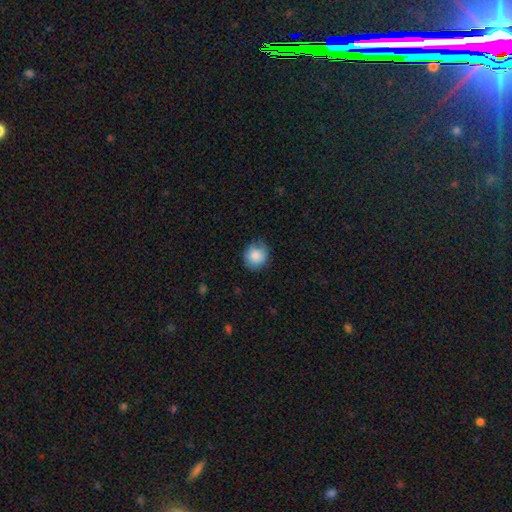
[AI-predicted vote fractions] smooth_or_featured: smooth (p=0.80) [alt: featured or disk p=0.12]
how_rounded: round (p=0.80) [alt: in between p=0.19]
merging: none (p=0.72) [alt: minor disturbance p=0.22]